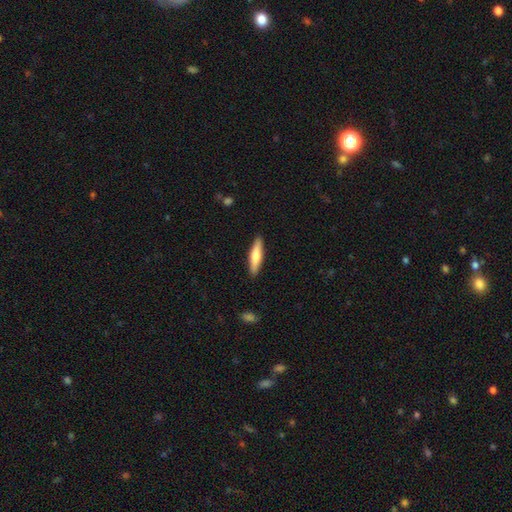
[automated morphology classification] smooth 67%, featured or disk 27%, star or artifact 5%. Down the decision tree: how rounded — cigar-shaped (80%); merging — none (89%).